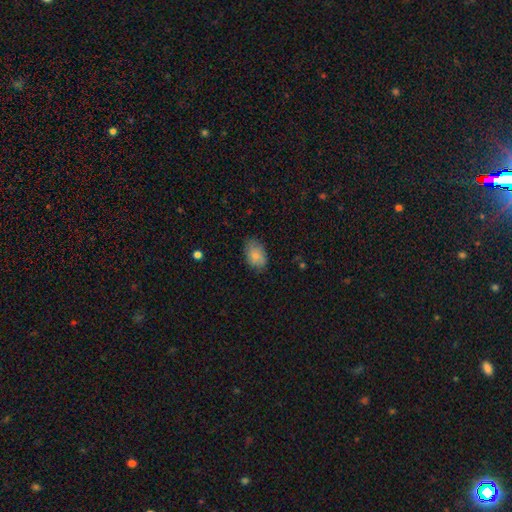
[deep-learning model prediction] Smooth or featured: smooth — 78% (featured or disk — 15%)
How rounded: in between — 85% (round — 14%)
Merging: none — 73% (minor disturbance — 21%)